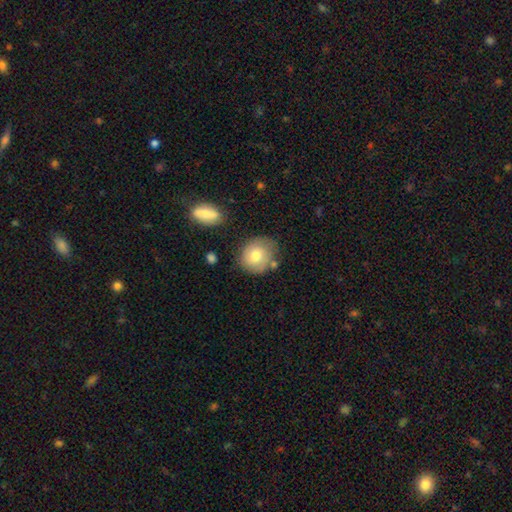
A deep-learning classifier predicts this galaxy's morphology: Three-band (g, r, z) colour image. It shows a smooth galaxy with no disk features (72%) that is round (80%). Merging: none (69%).